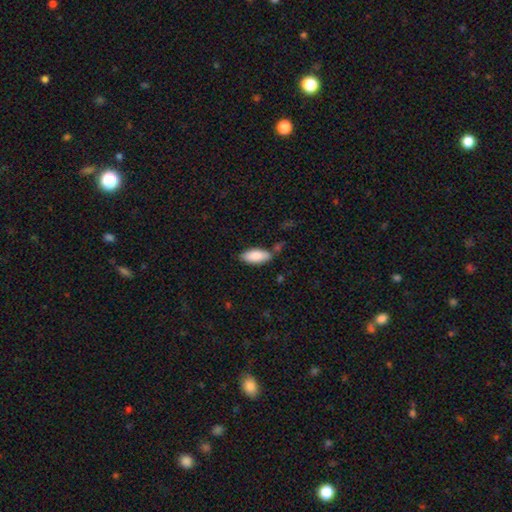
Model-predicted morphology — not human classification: Smooth or featured? Predicted: smooth (p=0.87). How rounded? Predicted: in between (p=0.84). Merging? Predicted: none (p=0.74).